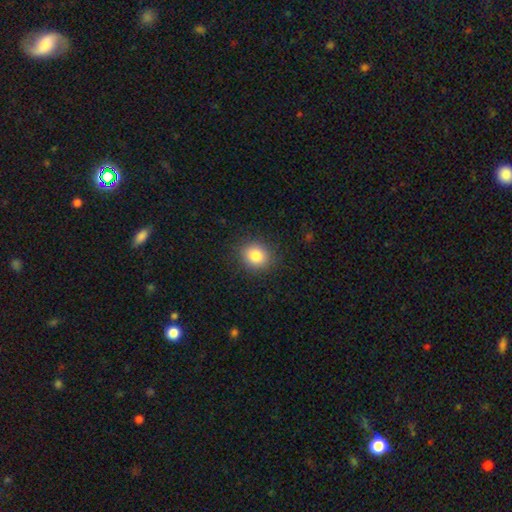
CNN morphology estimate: smooth 84%, star or artifact 10%, featured or disk 6%. Down the decision tree: how rounded — round (79%); merging — none (88%).